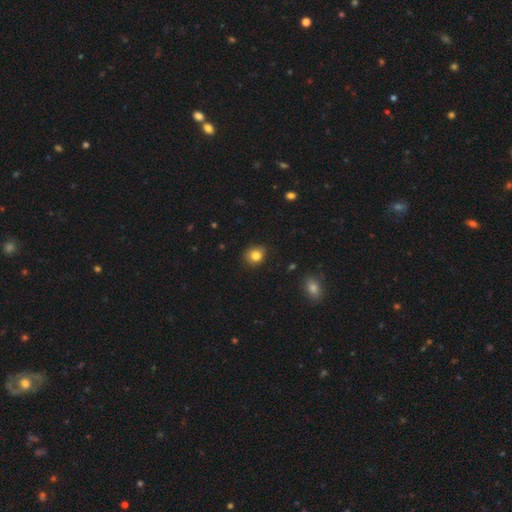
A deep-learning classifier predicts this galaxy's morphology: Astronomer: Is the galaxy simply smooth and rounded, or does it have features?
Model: smooth — 82%.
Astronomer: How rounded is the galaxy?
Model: round — 74%.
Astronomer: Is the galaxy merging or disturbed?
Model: none — 81%.